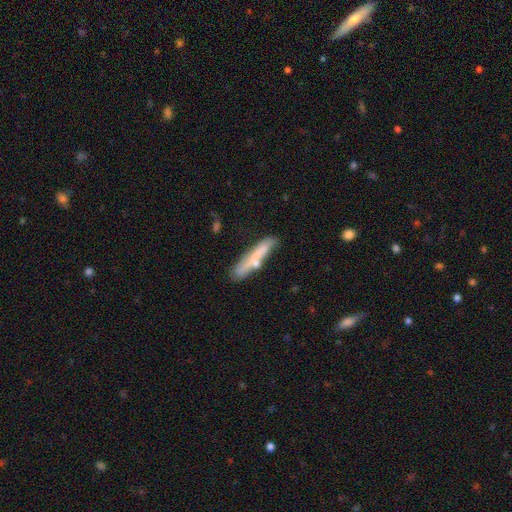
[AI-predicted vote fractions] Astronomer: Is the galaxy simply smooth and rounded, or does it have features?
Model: smooth — 58% (runner-up: featured or disk, 35%).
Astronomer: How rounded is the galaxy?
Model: cigar-shaped — 89%.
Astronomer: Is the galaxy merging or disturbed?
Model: none — 62%.